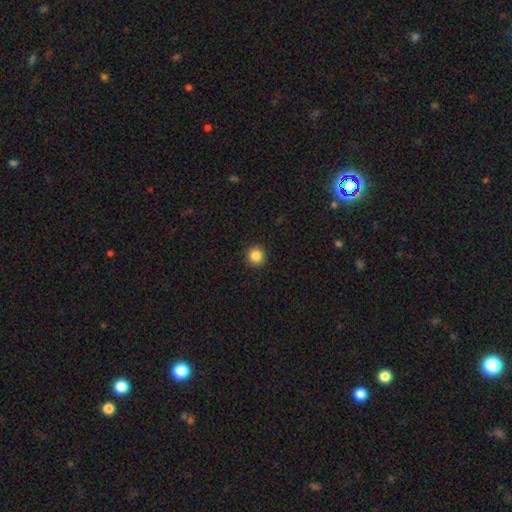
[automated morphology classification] Smooth or featured? smooth (85%)
How rounded? round (95%)
Merging? none (93%)